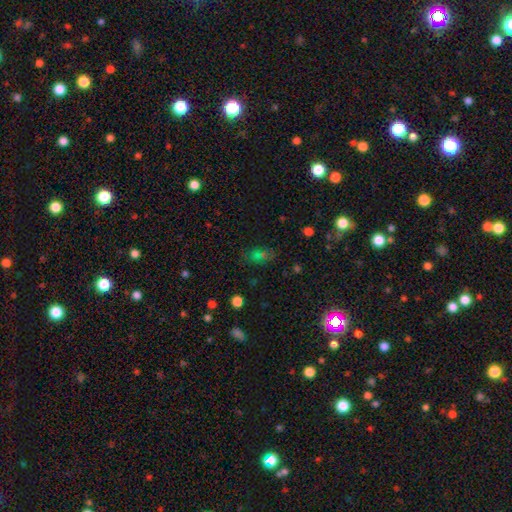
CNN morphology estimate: Smooth or featured?
  - smooth: 53% *
  - star or artifact: 34%
  - featured or disk: 12%
How rounded?
  - in between: 75% *
  - round: 18%
  - cigar-shaped: 7%
Merging?
  - none: 68% *
  - minor disturbance: 17%
  - merger: 8%
  - major disturbance: 7%